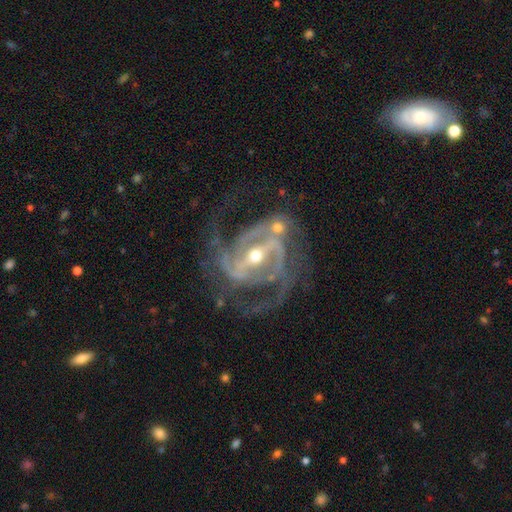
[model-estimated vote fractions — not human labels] This is clearly a featured or disk galaxy (92%). It is clearly not viewed edge-on (96%). Bar: likely strong (69%). Spiral arm pattern: clearly yes (98%). Spiral arm count: possibly 2 (52%). Spiral winding: possibly medium (54%). Central bulge: possibly moderate (50%). Merging: likely none (61%).